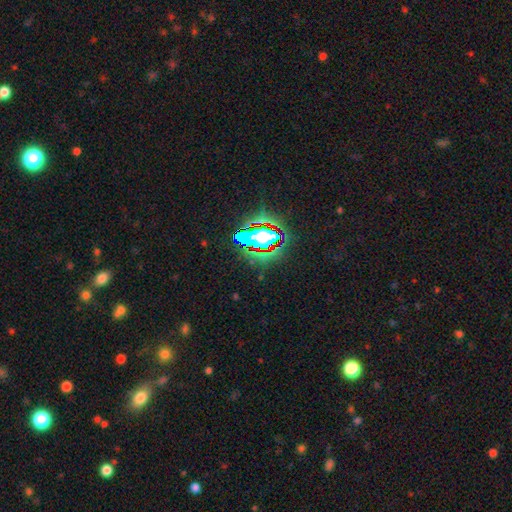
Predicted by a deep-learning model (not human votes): A star or artifact, not a galaxy (79%).

Vote fractions:
- Smooth or featured? star or artifact: 79% / smooth: 13% / featured or disk: 8%